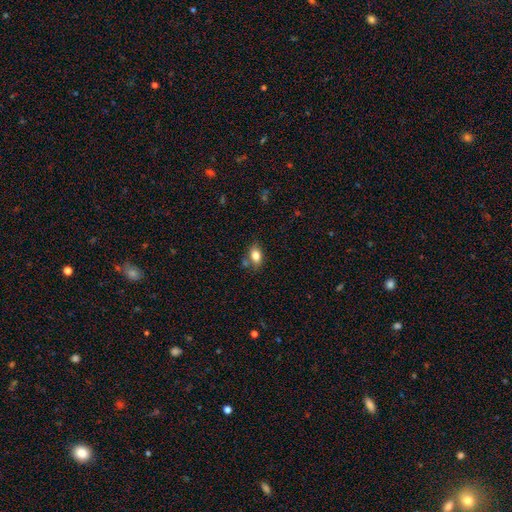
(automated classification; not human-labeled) Morphology: type=smooth (82%); roundness=in between (82%); merging=none (70%).